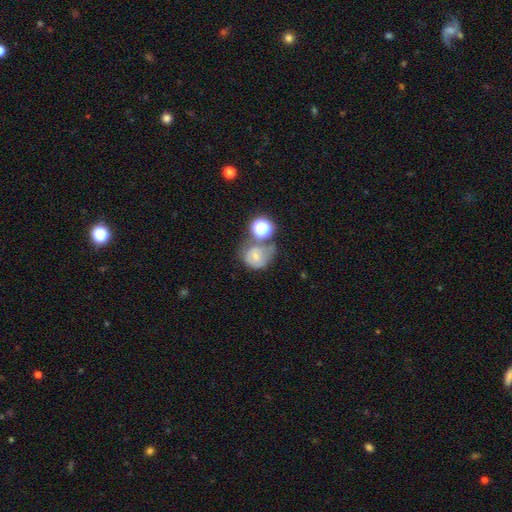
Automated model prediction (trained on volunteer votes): A smooth galaxy with no disk features (52%) that is round (77%).

Vote fractions:
- Smooth or featured? smooth: 52% / featured or disk: 32% / star or artifact: 17%
- How rounded? round: 77% / in between: 22% / cigar-shaped: 1%
- Merging? none: 38% / merger: 27% / minor disturbance: 21% / major disturbance: 14%